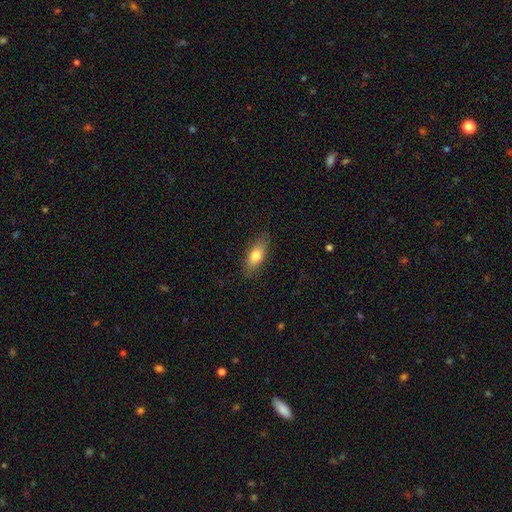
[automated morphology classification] This appears to be a smooth galaxy with no disk features (76%) that is in between round and cigar-shaped (77%). Merging: none (85%).